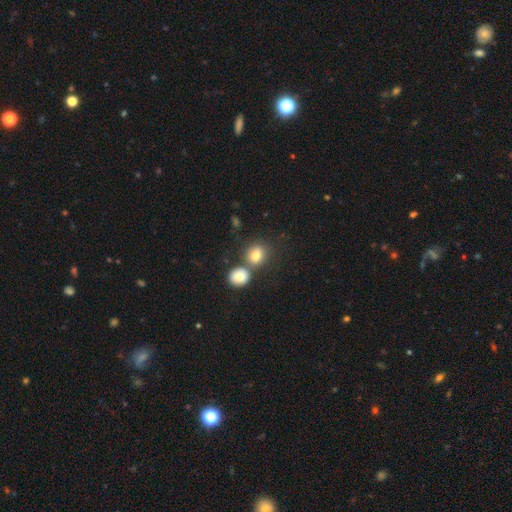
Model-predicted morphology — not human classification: A smooth galaxy with no disk features (79%) that is round (68%).

Vote fractions:
- Smooth or featured? smooth: 79% / star or artifact: 11% / featured or disk: 11%
- How rounded? round: 68% / in between: 31% / cigar-shaped: 1%
- Merging? none: 56% / merger: 30% / minor disturbance: 10% / major disturbance: 4%